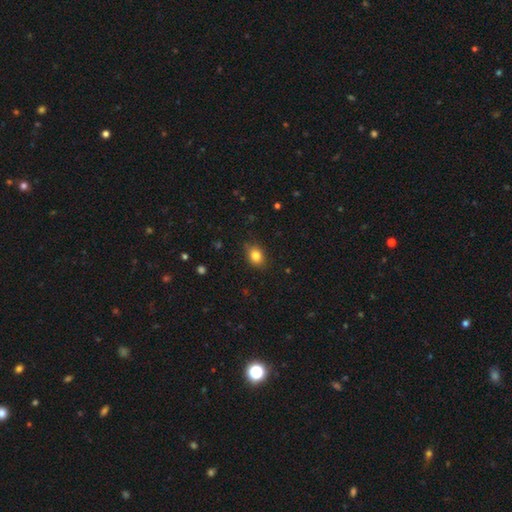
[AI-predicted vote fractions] Smooth or featured? Predicted: smooth (p=0.83). How rounded? Predicted: in between (p=0.60). Merging? Predicted: none (p=0.83).